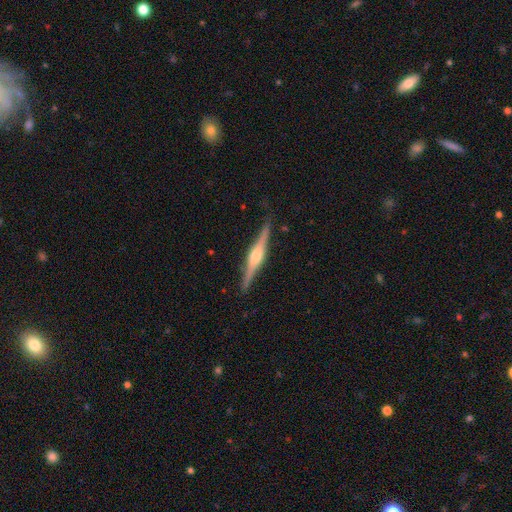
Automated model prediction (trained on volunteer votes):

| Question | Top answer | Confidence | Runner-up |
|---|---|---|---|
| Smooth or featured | featured or disk | 82% | smooth (13%) |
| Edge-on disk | yes | 98% | no (2%) |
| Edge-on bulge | rounded | 84% | boxy (13%) |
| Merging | none | 88% | minor disturbance (9%) |